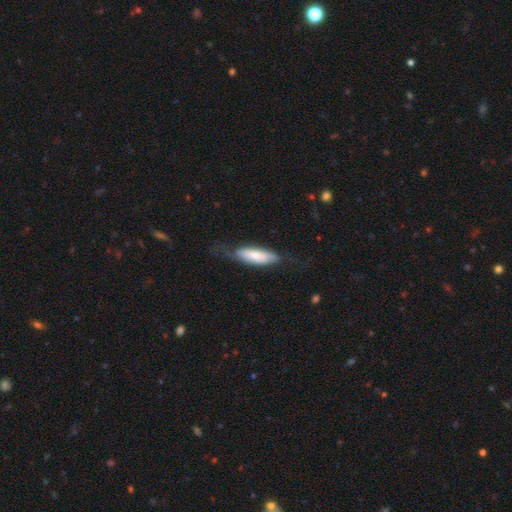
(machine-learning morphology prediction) smooth_or_featured: smooth (p=0.62) [alt: featured or disk p=0.33]
how_rounded: in between (p=0.58) [alt: cigar-shaped p=0.40]
merging: none (p=0.54) [alt: minor disturbance p=0.28]